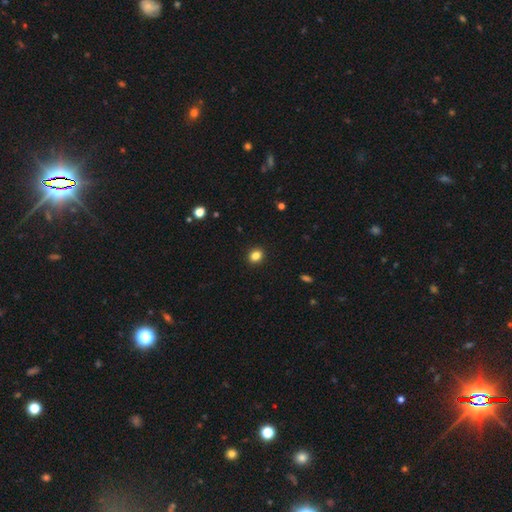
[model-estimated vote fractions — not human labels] Q: Smooth or featured?
A: smooth (85%); runner-up: star or artifact (11%)
Q: How rounded?
A: round (64%); runner-up: in between (36%)
Q: Merging?
A: none (92%); runner-up: minor disturbance (5%)